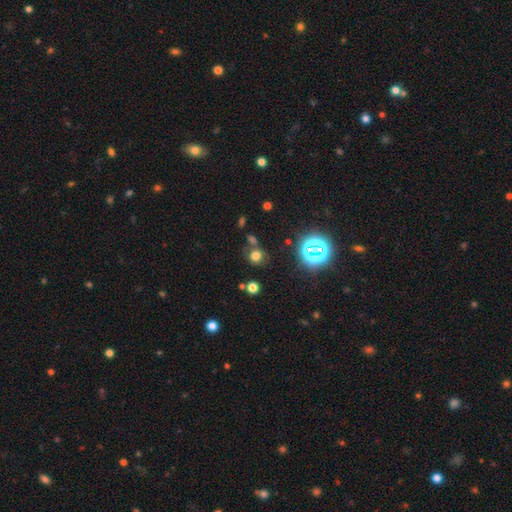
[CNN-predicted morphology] Smooth or featured? smooth (65%)
How rounded? round (85%)
Merging? none (69%)